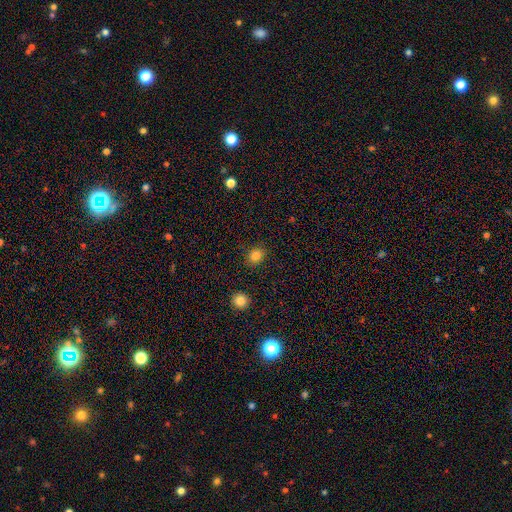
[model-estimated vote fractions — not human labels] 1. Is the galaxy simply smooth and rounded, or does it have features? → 83% smooth, 12% star or artifact, 5% featured or disk.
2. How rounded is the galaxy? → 63% round, 36% in between, 1% cigar-shaped.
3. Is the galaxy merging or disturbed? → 87% none, 9% minor disturbance, 3% major disturbance, 2% merger.